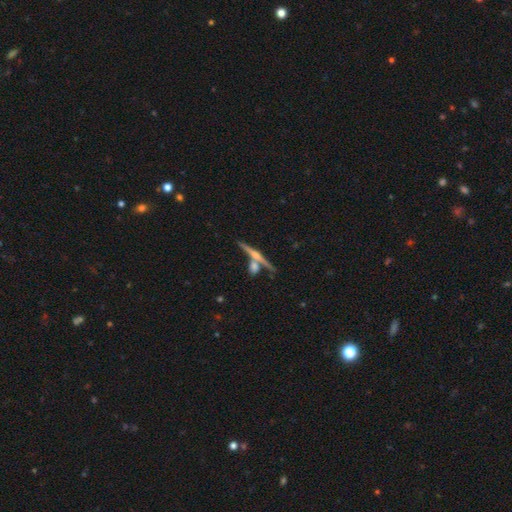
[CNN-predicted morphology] Smooth or featured? Predicted: featured or disk (p=0.70). Edge-on disk? Predicted: yes (p=0.96). Edge-on bulge? Predicted: rounded (p=0.73). Merging? Predicted: none (p=0.65).